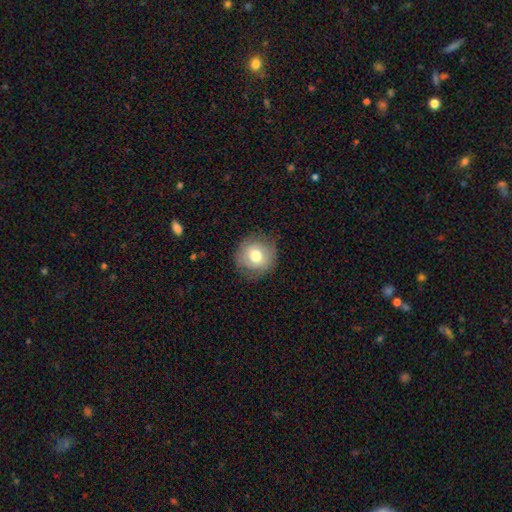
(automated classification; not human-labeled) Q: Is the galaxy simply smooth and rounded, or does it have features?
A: smooth — 69%.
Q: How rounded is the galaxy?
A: round — 90%.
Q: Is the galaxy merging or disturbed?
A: none — 80%.